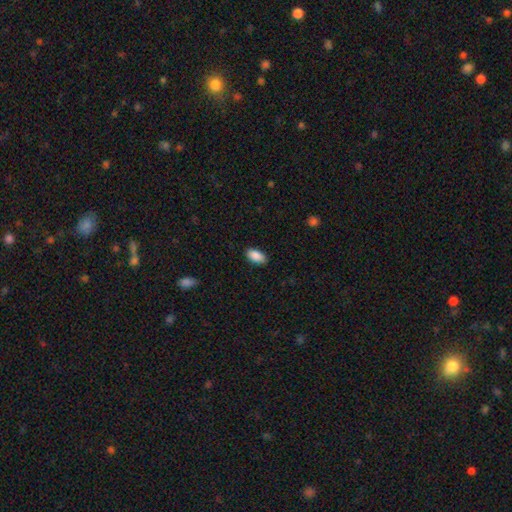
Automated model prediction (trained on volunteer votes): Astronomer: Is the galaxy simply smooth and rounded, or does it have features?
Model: smooth — 89%.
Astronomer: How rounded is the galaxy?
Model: in between — 94%.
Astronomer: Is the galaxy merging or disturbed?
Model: none — 87%.